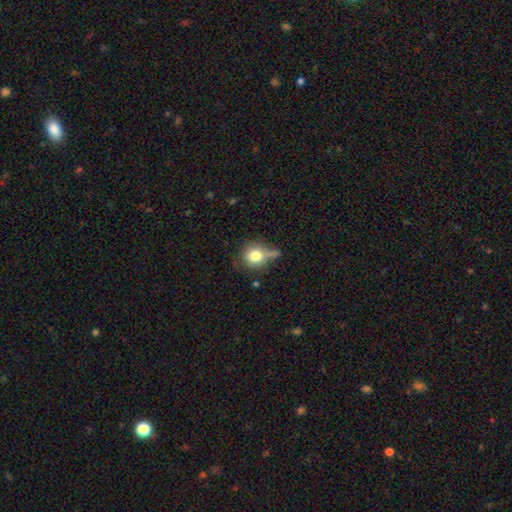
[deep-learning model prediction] This appears to be a smooth galaxy with no disk features (78%) that is round (81%). Merging: none (50%).